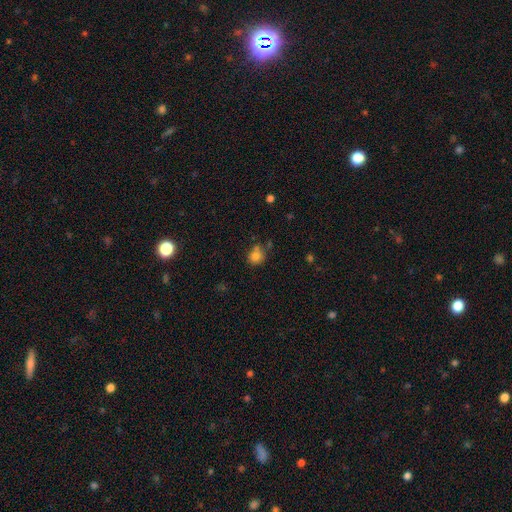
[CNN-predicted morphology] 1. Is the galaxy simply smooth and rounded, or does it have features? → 81% smooth, 12% star or artifact, 7% featured or disk.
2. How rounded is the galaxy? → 82% round, 17% in between, 1% cigar-shaped.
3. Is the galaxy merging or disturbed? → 65% none, 18% minor disturbance, 12% merger, 5% major disturbance.